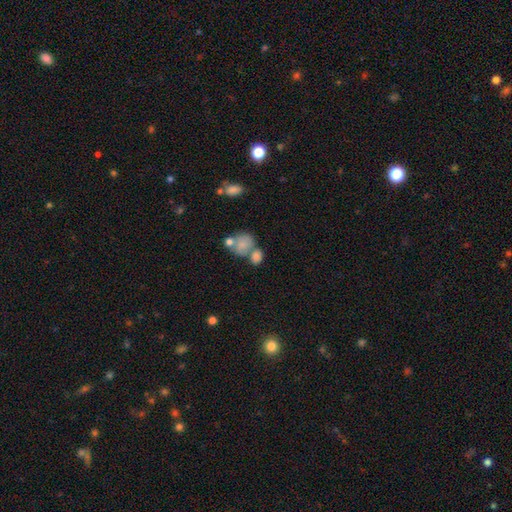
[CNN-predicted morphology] Smooth or featured? smooth (40%)
Merging? none (44%)